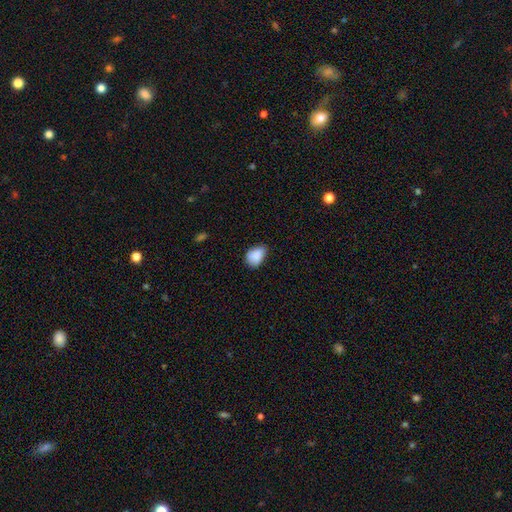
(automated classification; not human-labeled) Q: Smooth or featured?
A: smooth (86%); runner-up: star or artifact (8%)
Q: How rounded?
A: in between (77%); runner-up: round (22%)
Q: Merging?
A: none (53%); runner-up: minor disturbance (37%)